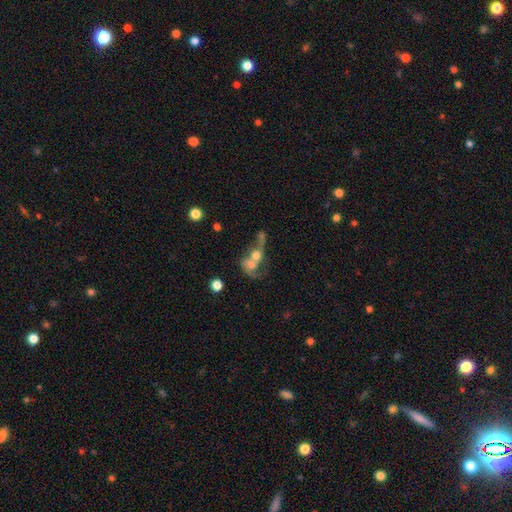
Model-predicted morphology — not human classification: This is possibly a featured or disk galaxy (46%). Merging: likely merger (73%).